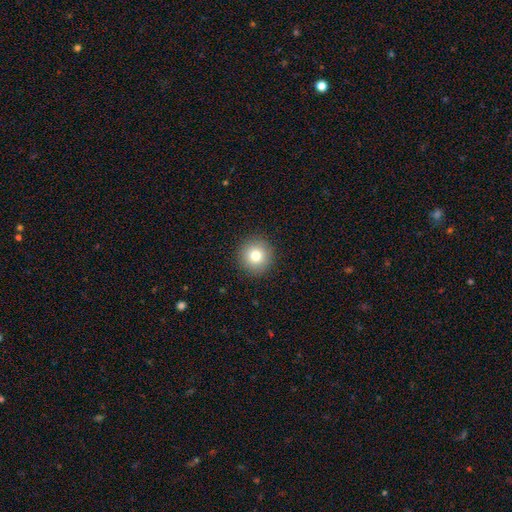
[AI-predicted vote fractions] smooth-or-featured: smooth: 79% | star or artifact: 11% | featured or disk: 10%
  how-rounded: round: 95% | in between: 4% | cigar-shaped: 1%
  merging: none: 92% | minor disturbance: 5% | major disturbance: 2% | merger: 1%